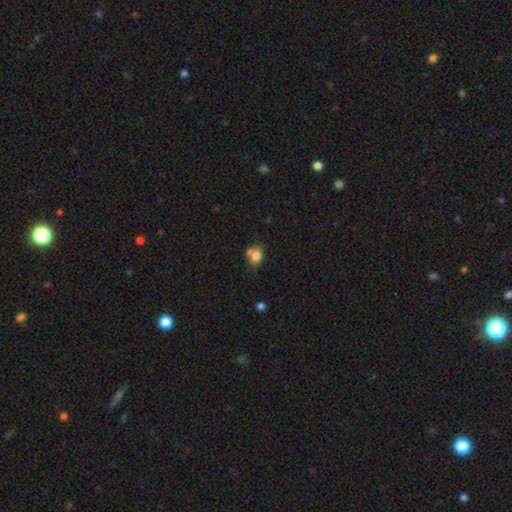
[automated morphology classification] type=smooth (79%); roundness=in between (60%); merging=none (43%).